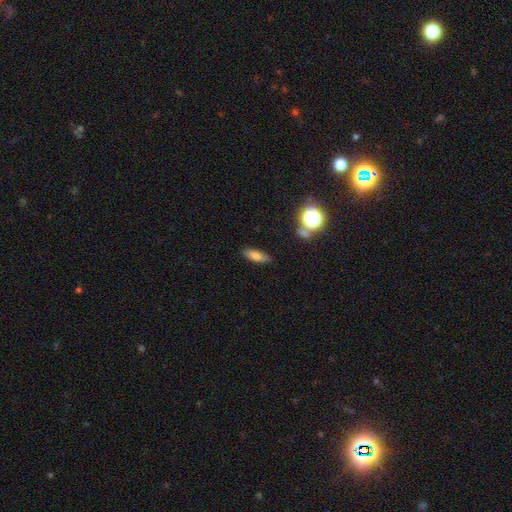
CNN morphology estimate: A smooth galaxy with no disk features (73%) that is in between round and cigar-shaped (66%). Merging: none (84%).